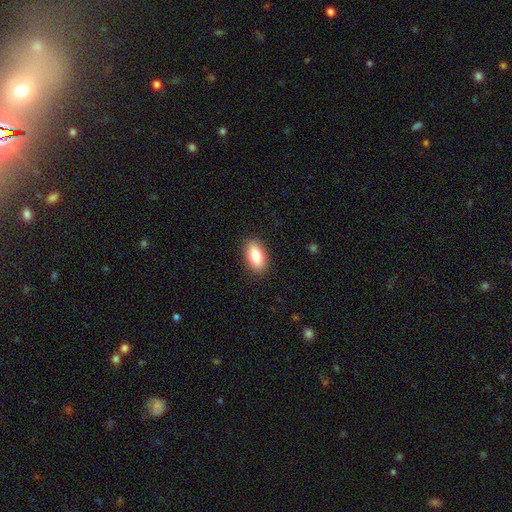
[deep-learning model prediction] This is likely a smooth galaxy (78%). How rounded: clearly in between (88%). Merging: clearly none (88%).